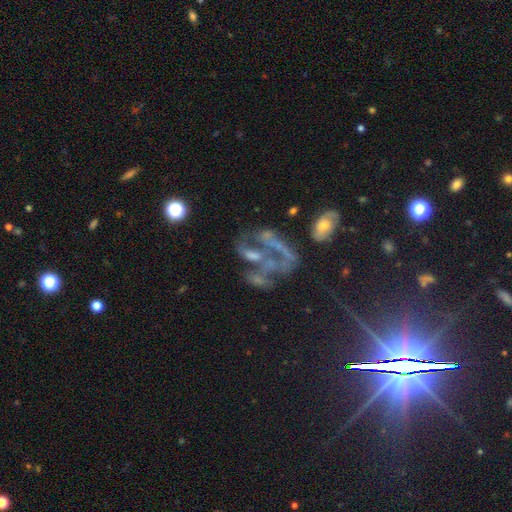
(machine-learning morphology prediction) Overall: featured or disk (63%). Edge-on disk: no (97%). Bar: no (81%). Spiral arms: no (71%). Bulge size: none (62%). Merging: major disturbance (38%; merger 28%).